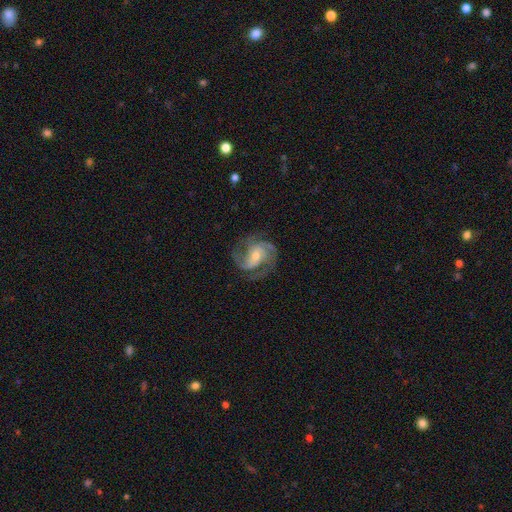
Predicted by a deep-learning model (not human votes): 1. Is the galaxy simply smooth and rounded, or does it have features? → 89% featured or disk, 6% smooth, 5% star or artifact.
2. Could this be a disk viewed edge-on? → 98% no, 2% yes.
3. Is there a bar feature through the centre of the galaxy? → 44% no, 38% weak, 18% strong.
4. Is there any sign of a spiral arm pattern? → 98% yes, 2% no.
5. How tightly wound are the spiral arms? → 53% medium, 34% tight, 14% loose.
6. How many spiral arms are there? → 41% 3, 38% 2, 8% can't tell, 6% 4, 4% 1, 4% more than 4.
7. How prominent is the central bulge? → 48% small, 47% moderate, 3% large, 2% none, 1% dominant.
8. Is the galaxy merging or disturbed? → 75% none, 15% minor disturbance, 9% major disturbance, 1% merger.